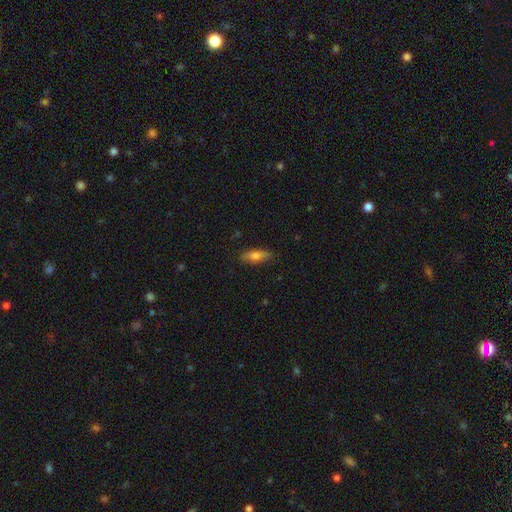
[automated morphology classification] A smooth galaxy with no disk features (70%) that is in between round and cigar-shaped (61%).

Vote fractions:
- Smooth or featured? smooth: 70% / featured or disk: 23% / star or artifact: 7%
- How rounded? in between: 61% / cigar-shaped: 36% / round: 3%
- Merging? none: 84% / minor disturbance: 13% / major disturbance: 2% / merger: 1%